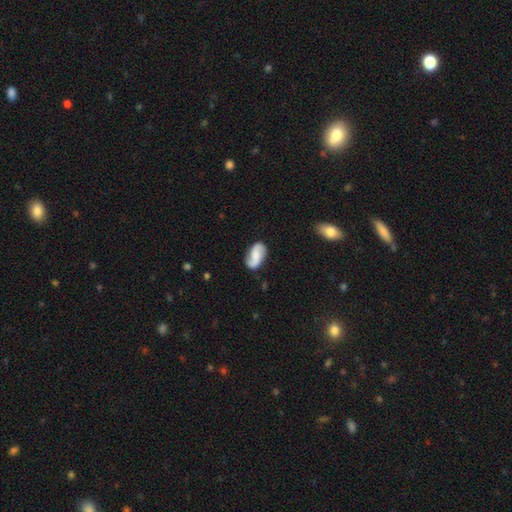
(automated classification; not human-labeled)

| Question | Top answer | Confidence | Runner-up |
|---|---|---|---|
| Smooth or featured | featured or disk | 63% | smooth (30%) |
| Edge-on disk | no | 97% | yes (3%) |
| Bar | no | 44% | weak (39%) |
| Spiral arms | yes | 94% | no (6%) |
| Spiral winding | loose | 58% | medium (30%) |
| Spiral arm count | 2 | 91% | can't tell (3%) |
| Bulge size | none | 38% | small (26%) |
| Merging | none | 80% | minor disturbance (15%) |